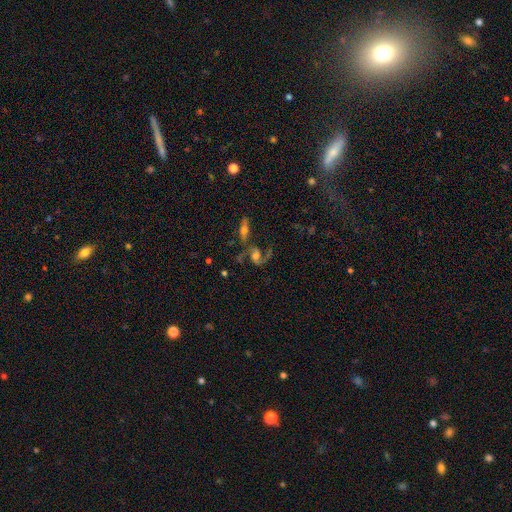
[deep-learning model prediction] Smooth or featured? Predicted: featured or disk (p=0.81). Edge-on disk? Predicted: no (p=0.95). Bar? Predicted: no (p=0.53). Spiral arms? Predicted: yes (p=0.93). Spiral winding? Predicted: loose (p=0.47). Spiral arm count? Predicted: 2 (p=0.82). Bulge size? Predicted: moderate (p=0.51). Merging? Predicted: none (p=0.40).